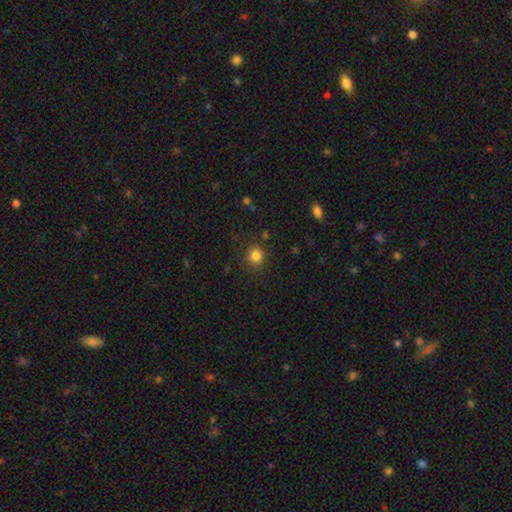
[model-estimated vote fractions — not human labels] Q: Smooth or featured?
A: smooth (83%); runner-up: star or artifact (12%)
Q: How rounded?
A: round (87%); runner-up: in between (13%)
Q: Merging?
A: none (87%); runner-up: minor disturbance (8%)